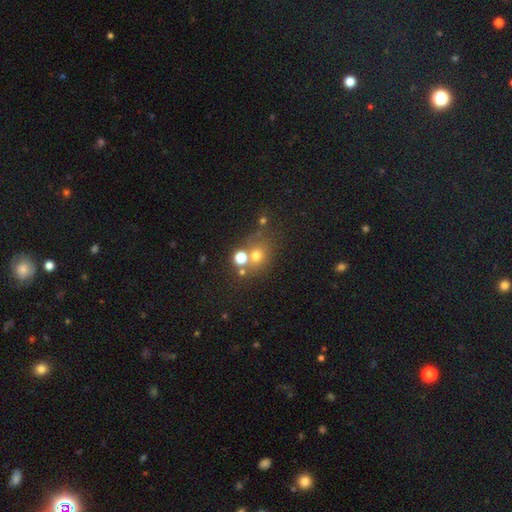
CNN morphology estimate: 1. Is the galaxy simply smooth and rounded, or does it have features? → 64% smooth, 23% star or artifact, 14% featured or disk.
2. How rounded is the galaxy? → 74% round, 25% in between, 1% cigar-shaped.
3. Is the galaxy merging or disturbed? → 59% none, 24% merger, 11% minor disturbance, 6% major disturbance.